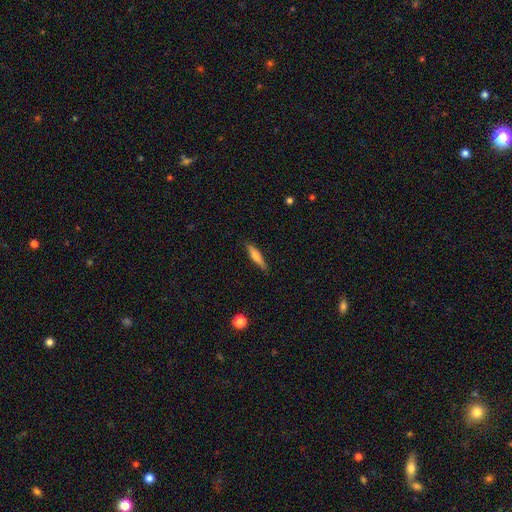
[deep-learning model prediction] Overall: smooth (63%; featured or disk 30%). How rounded: cigar-shaped (84%). Merging: none (86%).